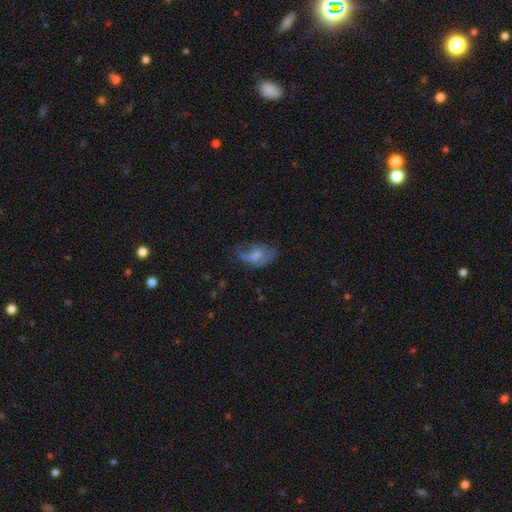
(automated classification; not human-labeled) A smooth galaxy with no disk features (46%). Merging: none (38%).